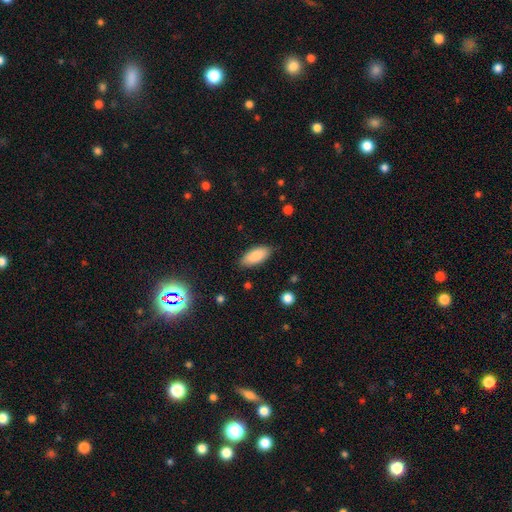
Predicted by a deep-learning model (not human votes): Overall: smooth (87%). How rounded: in between (86%). Merging: none (85%).